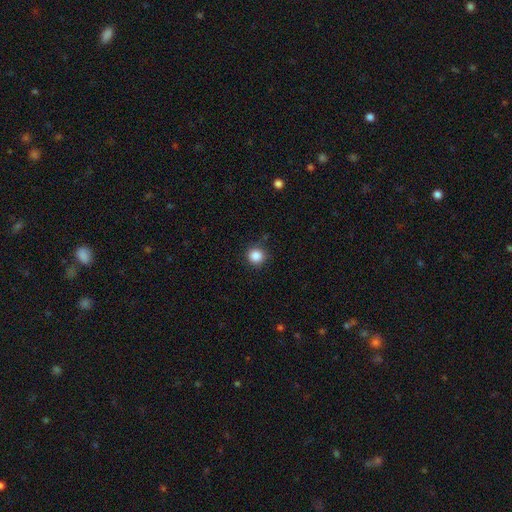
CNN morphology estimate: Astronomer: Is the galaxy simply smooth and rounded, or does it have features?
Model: smooth — 86%.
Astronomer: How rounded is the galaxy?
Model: round — 92%.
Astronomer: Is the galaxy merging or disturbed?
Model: none — 86%.